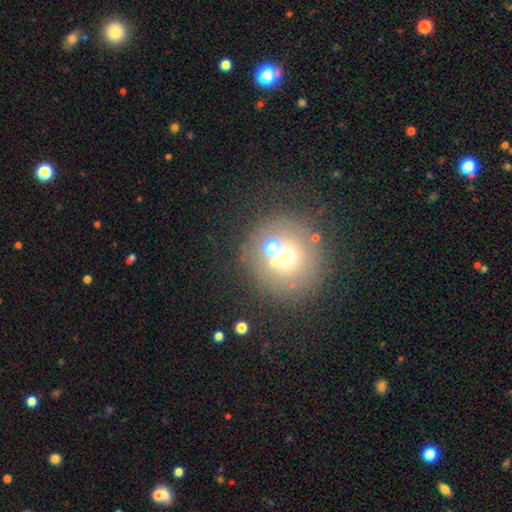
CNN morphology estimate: The model was most divided on "smooth or featured": smooth: 56%, featured or disk: 23%, star or artifact: 21%. More confident: how rounded — round (93%); merging — none (65%).